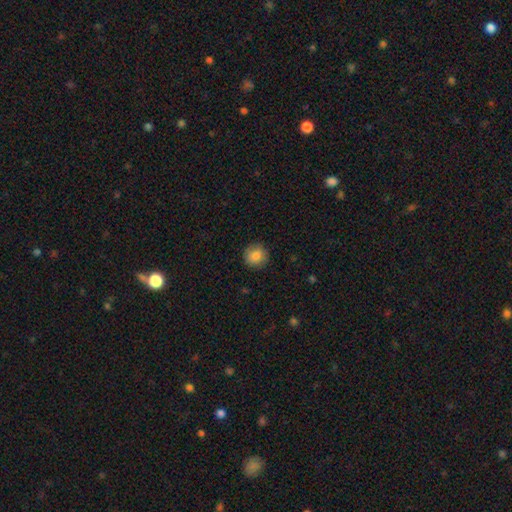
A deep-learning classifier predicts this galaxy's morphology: Smooth or featured? Predicted: smooth (p=0.86). How rounded? Predicted: round (p=0.92). Merging? Predicted: none (p=0.89).